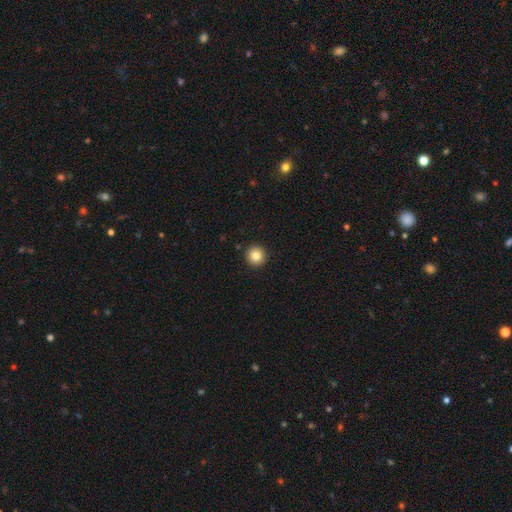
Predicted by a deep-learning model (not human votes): This is clearly a smooth galaxy (83%). How rounded: clearly round (95%). Merging: clearly none (93%).